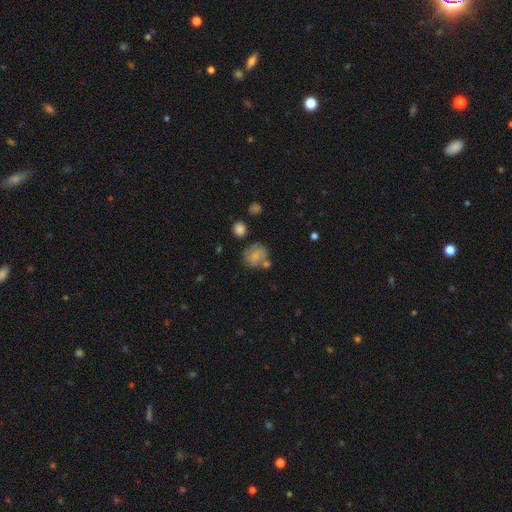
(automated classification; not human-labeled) A smooth galaxy with no disk features (64%) that is round (77%). Merging: none (55%).